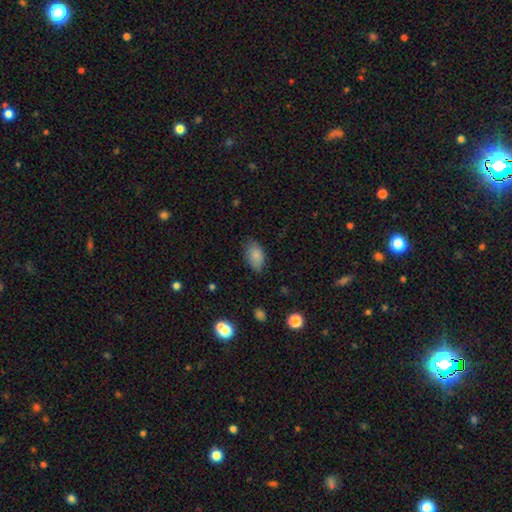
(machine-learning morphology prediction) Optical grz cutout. It shows a smooth galaxy with no disk features (83%) that is in between round and cigar-shaped (92%). Merging: none (75%).